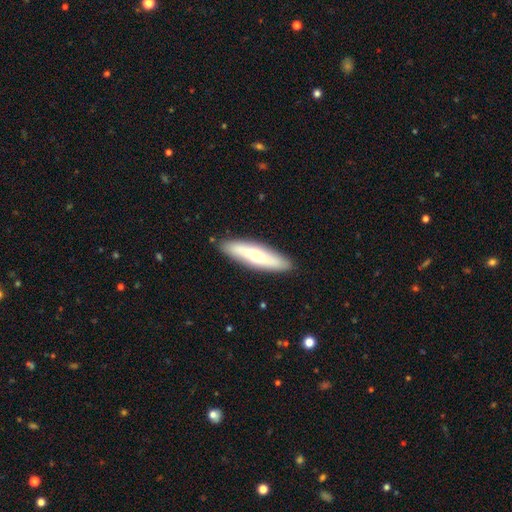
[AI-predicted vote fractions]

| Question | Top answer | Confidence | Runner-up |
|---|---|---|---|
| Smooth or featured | smooth | 54% | featured or disk (40%) |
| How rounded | cigar-shaped | 69% | in between (29%) |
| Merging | none | 89% | minor disturbance (8%) |